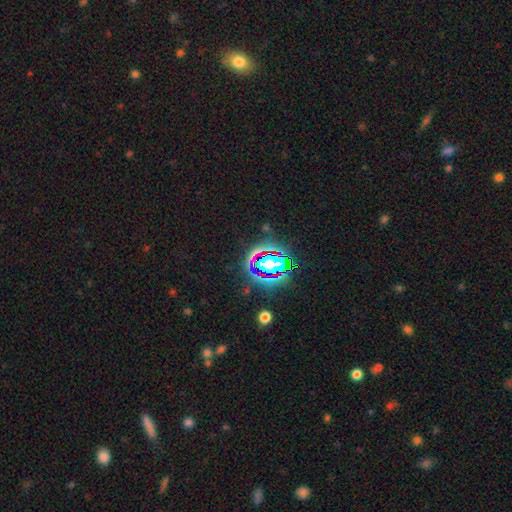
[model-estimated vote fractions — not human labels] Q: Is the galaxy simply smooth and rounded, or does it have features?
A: star or artifact — 62%.